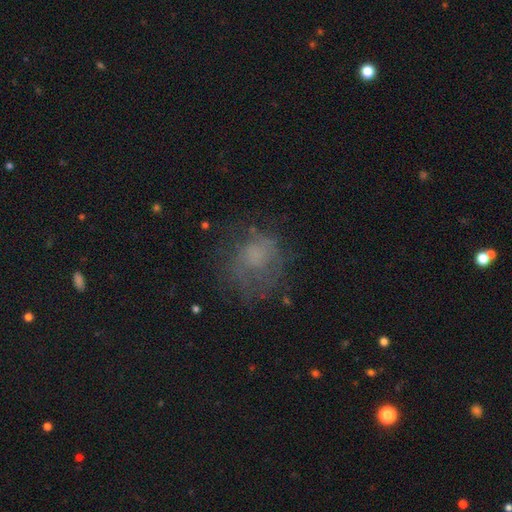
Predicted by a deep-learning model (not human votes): Q: Smooth or featured?
A: smooth (47%); runner-up: featured or disk (35%)
Q: Merging?
A: none (56%); runner-up: major disturbance (22%)